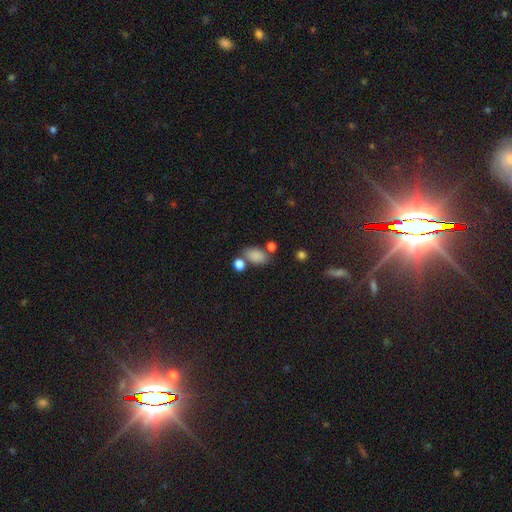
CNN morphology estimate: Overall: smooth (84%). How rounded: in between (89%). Merging: none (61%).